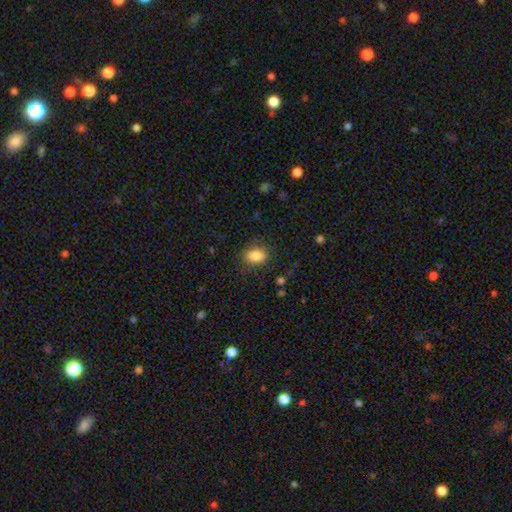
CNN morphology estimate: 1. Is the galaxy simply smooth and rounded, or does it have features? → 85% smooth, 9% star or artifact, 7% featured or disk.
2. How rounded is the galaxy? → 80% in between, 19% round, 2% cigar-shaped.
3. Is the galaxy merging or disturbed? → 82% none, 13% minor disturbance, 4% major disturbance, 1% merger.